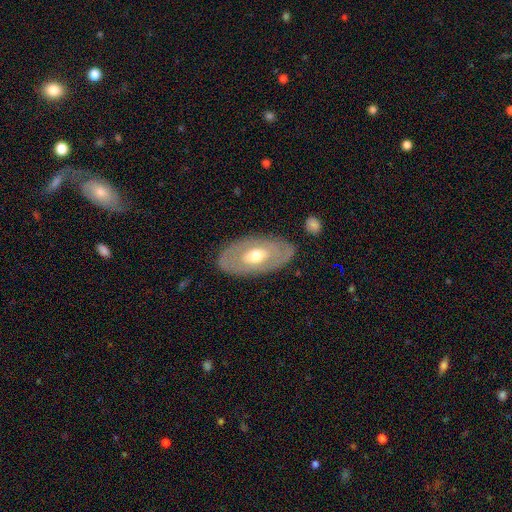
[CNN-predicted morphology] Smooth or featured? featured or disk (59%)
Edge-on disk? no (88%)
Bar? no (77%)
Spiral arms? no (76%)
Bulge size? moderate (69%)
Merging? none (83%)